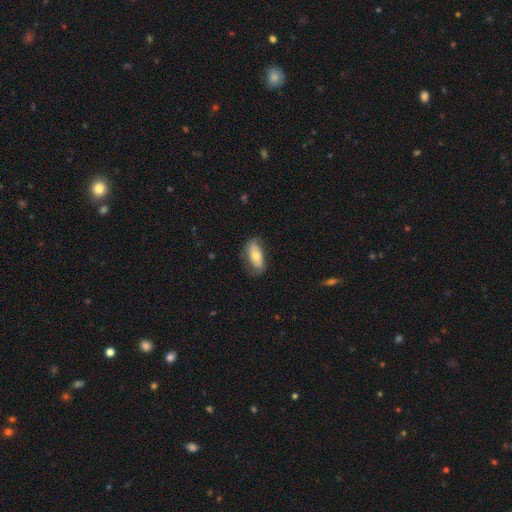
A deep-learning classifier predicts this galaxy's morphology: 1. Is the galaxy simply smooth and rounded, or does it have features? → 58% smooth, 35% featured or disk, 7% star or artifact.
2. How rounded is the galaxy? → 86% in between, 11% cigar-shaped, 3% round.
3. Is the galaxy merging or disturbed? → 69% none, 22% minor disturbance, 7% major disturbance, 1% merger.